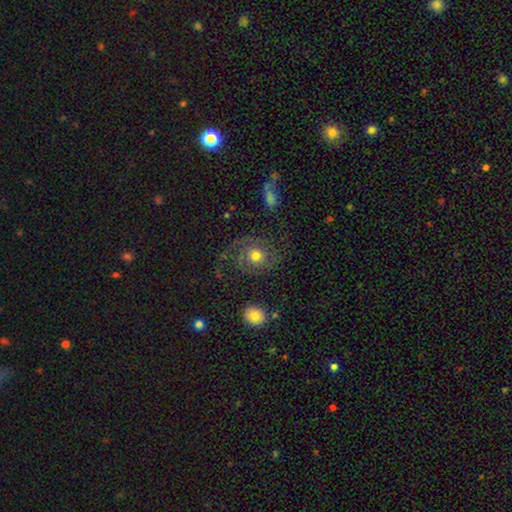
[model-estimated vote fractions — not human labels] The model was most divided on "spiral winding": medium: 45%, tight: 35%, loose: 21%. More confident: edge-on disk — no (97%); spiral arms — yes (91%); bar — no (80%); bulge size — moderate (70%); smooth or featured — featured or disk (68%); spiral arm count — 2 (66%); merging — none (65%).